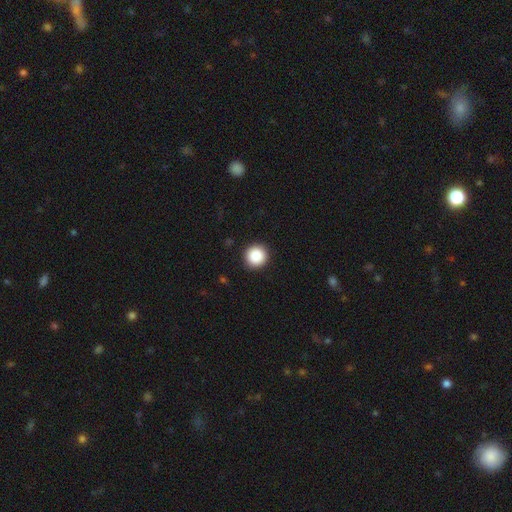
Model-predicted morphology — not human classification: This appears to be a smooth galaxy with no disk features (88%) that is round (96%). Merging: none (92%).